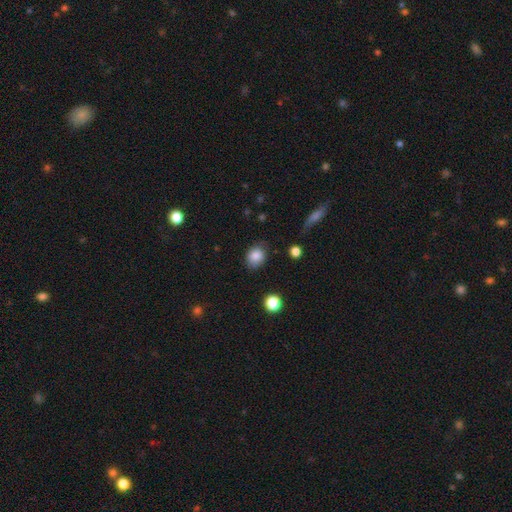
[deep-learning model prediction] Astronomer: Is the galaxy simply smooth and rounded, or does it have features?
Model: smooth — 84%.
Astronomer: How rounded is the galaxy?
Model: in between — 51% (runner-up: round, 48%).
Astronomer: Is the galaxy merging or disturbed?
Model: none — 73%.